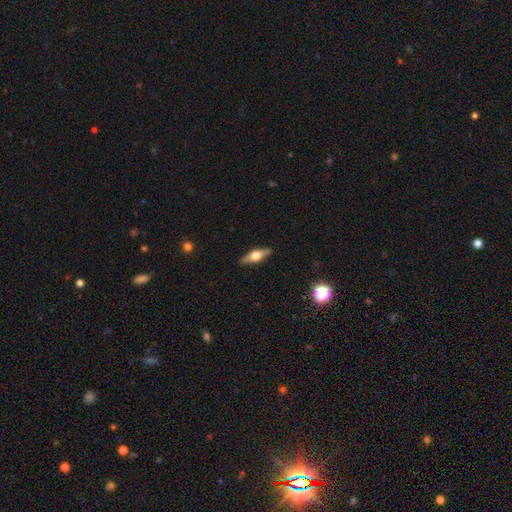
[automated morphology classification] This is possibly a featured or disk galaxy (60%). It is clearly viewed edge-on (93%). Edge-on bulge: clearly rounded (93%). Merging: clearly none (88%).